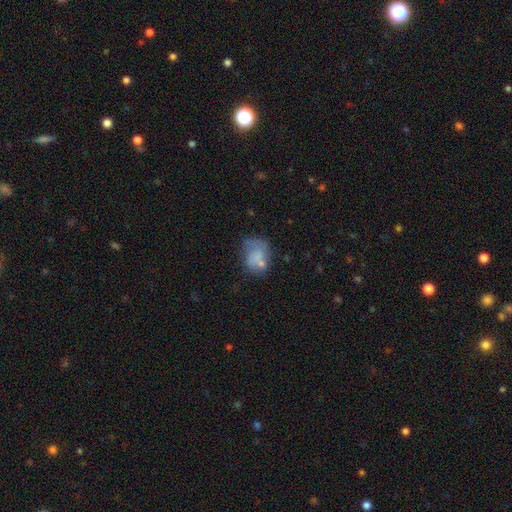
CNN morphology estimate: smooth_or_featured: smooth (p=0.64) [alt: featured or disk p=0.25]
how_rounded: in between (p=0.58) [alt: round p=0.41]
merging: none (p=0.34) [alt: minor disturbance p=0.26]